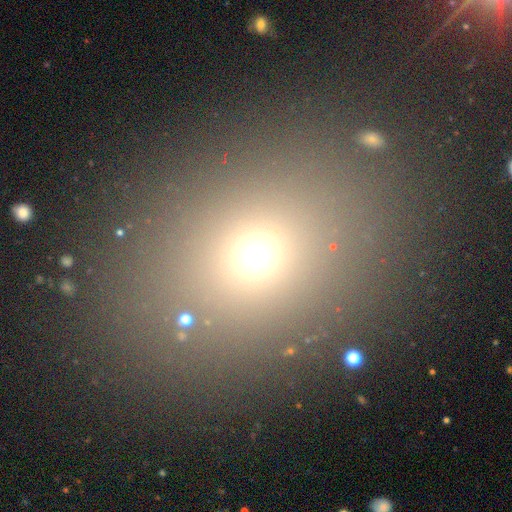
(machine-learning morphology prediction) type=smooth (66%); roundness=in between (51%); merging=none (82%).